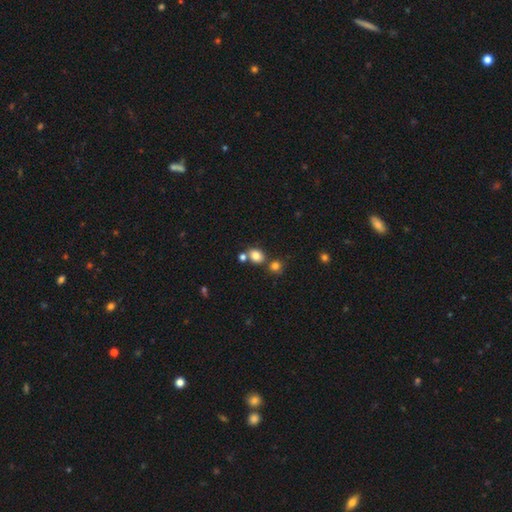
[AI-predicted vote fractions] smooth_or_featured: smooth (p=0.81) [alt: star or artifact p=0.12]
how_rounded: round (p=0.56) [alt: in between p=0.43]
merging: none (p=0.61) [alt: merger p=0.24]